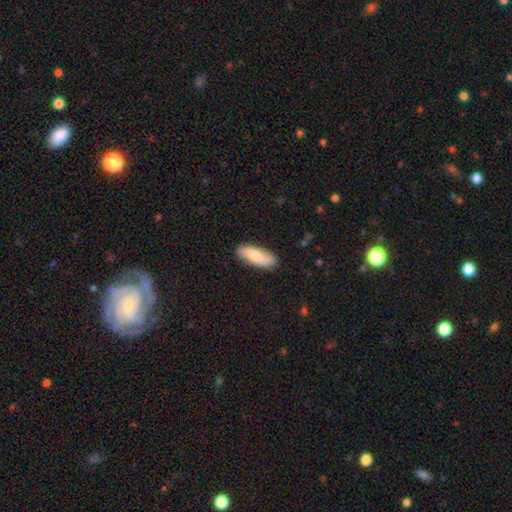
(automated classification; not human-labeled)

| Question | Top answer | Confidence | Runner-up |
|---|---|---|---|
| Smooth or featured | smooth | 81% | featured or disk (13%) |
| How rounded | in between | 66% | cigar-shaped (32%) |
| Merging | none | 86% | minor disturbance (11%) |